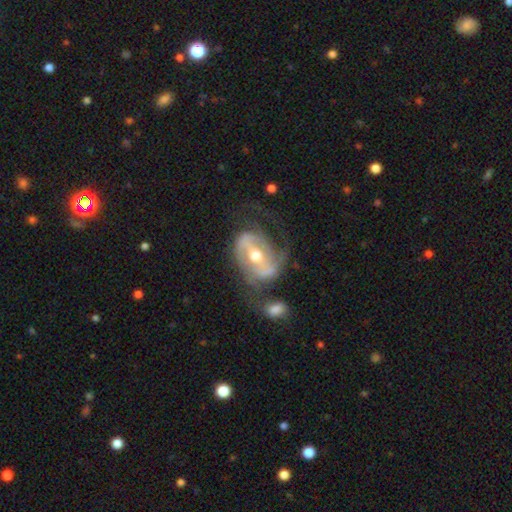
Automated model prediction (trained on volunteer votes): Smooth or featured? featured or disk (82%)
Edge-on disk? no (95%)
Bar? strong (50%)
Spiral arms? yes (80%)
Spiral winding? medium (42%)
Spiral arm count? 2 (71%)
Bulge size? moderate (72%)
Merging? none (43%)